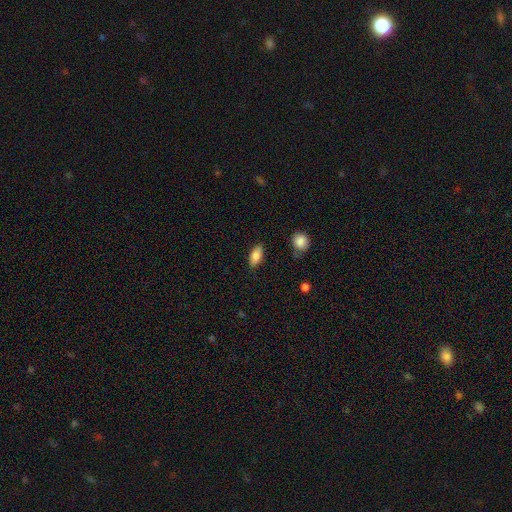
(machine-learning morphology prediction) Overall: smooth (83%). How rounded: in between (88%). Merging: none (83%).